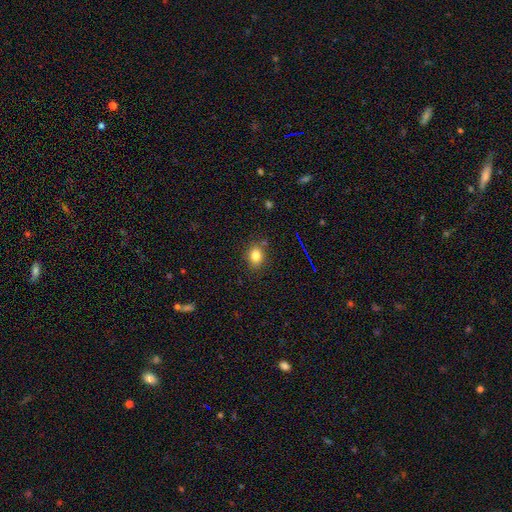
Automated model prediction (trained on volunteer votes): Q: Smooth or featured?
A: smooth (80%); runner-up: star or artifact (12%)
Q: How rounded?
A: in between (58%); runner-up: round (41%)
Q: Merging?
A: none (81%); runner-up: minor disturbance (12%)